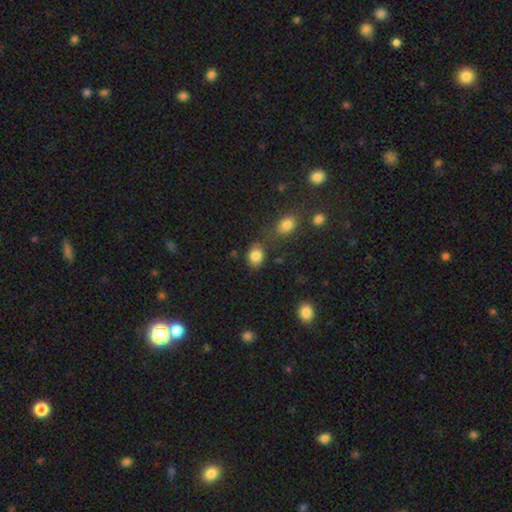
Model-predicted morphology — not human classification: A smooth galaxy with no disk features (83%) that is in between round and cigar-shaped (63%).

Vote fractions:
- Smooth or featured? smooth: 83% / star or artifact: 10% / featured or disk: 7%
- How rounded? in between: 63% / round: 36% / cigar-shaped: 1%
- Merging? none: 70% / minor disturbance: 16% / merger: 10% / major disturbance: 4%